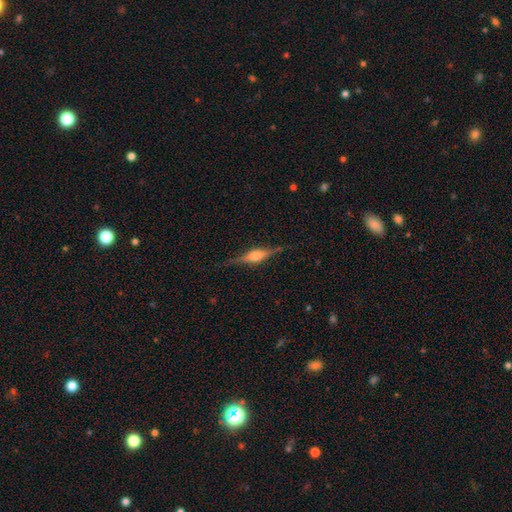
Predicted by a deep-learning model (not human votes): A featured or disk galaxy (76%) viewed edge-on (97%) with a rounded central bulge (85%).

Vote fractions:
- Smooth or featured? featured or disk: 76% / smooth: 17% / star or artifact: 7%
- Edge-on disk? yes: 97% / no: 3%
- Edge-on bulge? rounded: 85% / boxy: 13% / none: 2%
- Merging? none: 85% / minor disturbance: 11% / major disturbance: 3% / merger: 1%